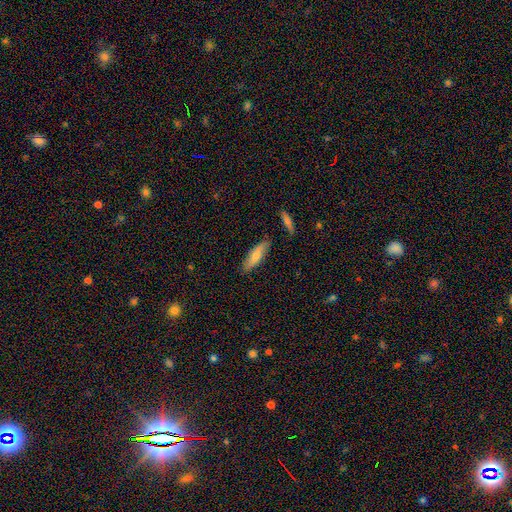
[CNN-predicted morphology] Smooth or featured?
  - smooth: 71% *
  - featured or disk: 23%
  - star or artifact: 6%
How rounded?
  - cigar-shaped: 57% *
  - in between: 41%
  - round: 2%
Merging?
  - none: 82% *
  - minor disturbance: 13%
  - merger: 3%
  - major disturbance: 2%